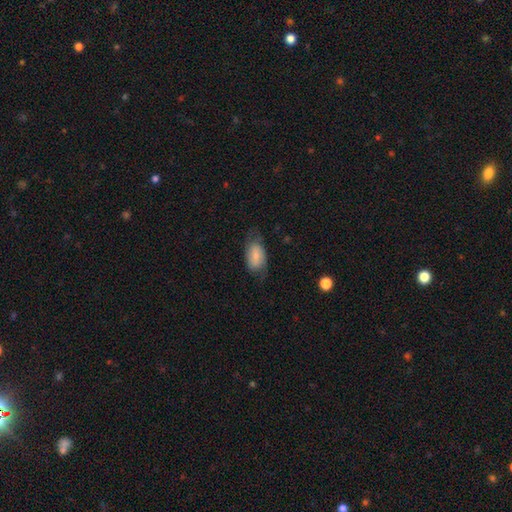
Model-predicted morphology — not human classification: Q: Smooth or featured?
A: smooth (67%); runner-up: featured or disk (27%)
Q: How rounded?
A: in between (91%); runner-up: round (6%)
Q: Merging?
A: none (61%); runner-up: minor disturbance (26%)